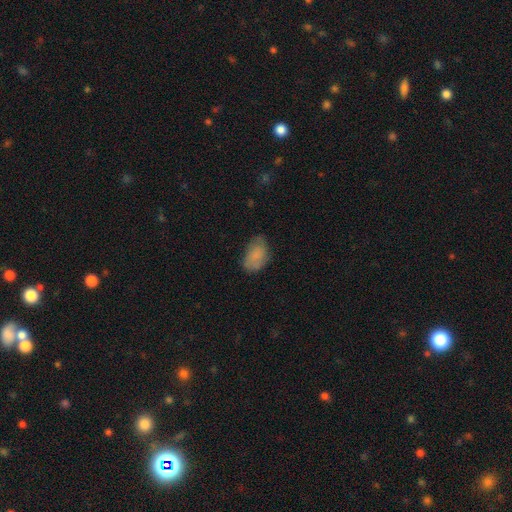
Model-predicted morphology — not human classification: Overall: smooth (79%). How rounded: in between (90%). Merging: none (62%; minor disturbance 29%).